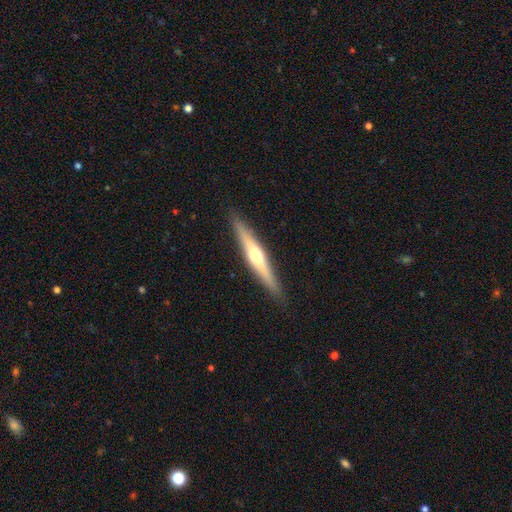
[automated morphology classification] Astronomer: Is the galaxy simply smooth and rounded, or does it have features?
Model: featured or disk — 62%.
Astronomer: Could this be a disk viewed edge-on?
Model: yes — 97%.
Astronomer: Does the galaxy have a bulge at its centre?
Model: rounded — 86%.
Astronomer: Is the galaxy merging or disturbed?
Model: none — 90%.